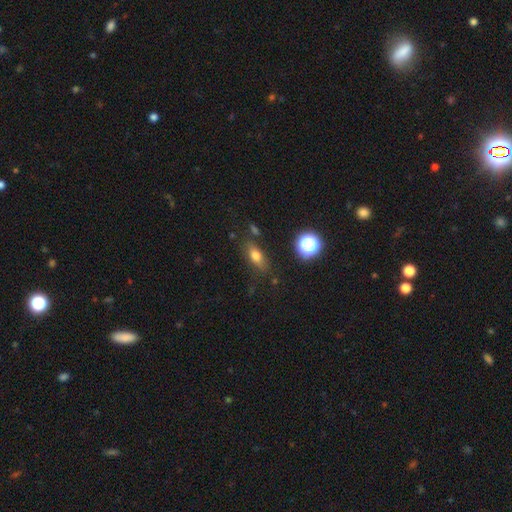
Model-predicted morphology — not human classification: smooth 72%, featured or disk 14%, star or artifact 14%. Down the decision tree: how rounded — in between (72%); merging — none (77%).